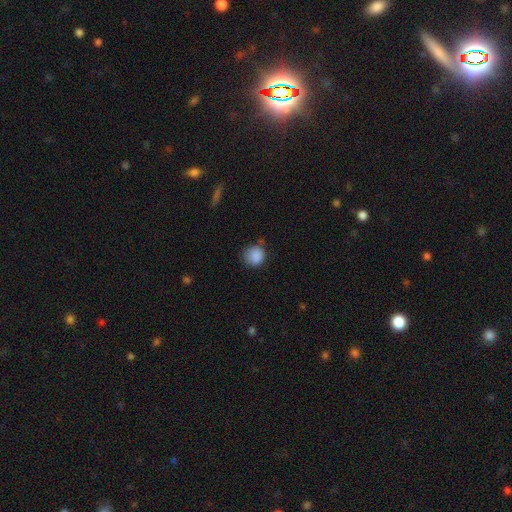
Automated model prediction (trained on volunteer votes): smooth_or_featured: smooth (p=0.87) [alt: star or artifact p=0.09]
how_rounded: round (p=0.86) [alt: in between p=0.13]
merging: none (p=0.65) [alt: minor disturbance p=0.26]